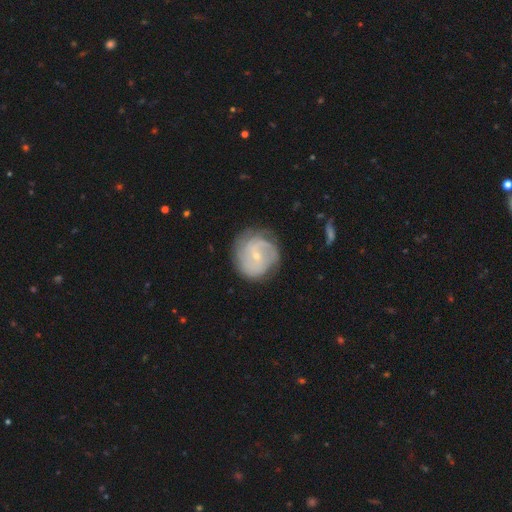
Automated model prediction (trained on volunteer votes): The model was most divided on "spiral arm count": 2: 35%, can't tell: 34%, 3: 15%, 1: 6%, 4: 5%, more than 4: 4%. More confident: edge-on disk — no (98%); spiral arms — yes (90%); bulge size — small (78%); smooth or featured — featured or disk (74%); merging — none (70%); bar — no (58%); spiral winding — tight (51%).